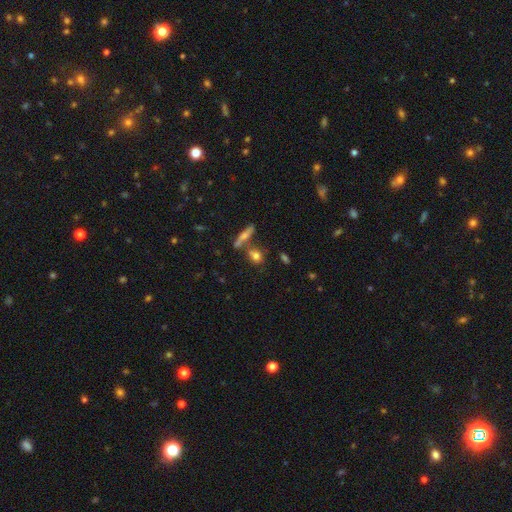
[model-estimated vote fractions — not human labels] A smooth galaxy with no disk features (71%) that is round (54%). Merging: none (62%).